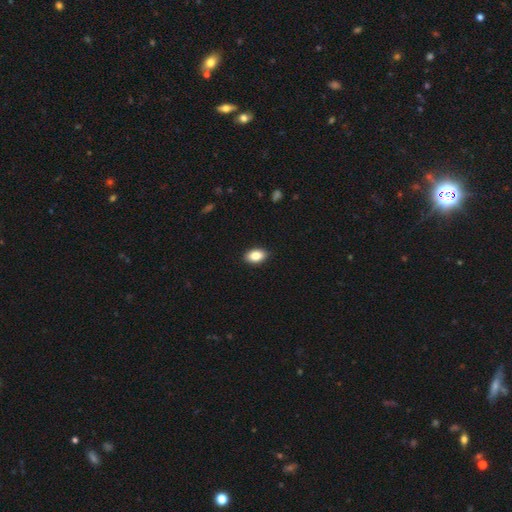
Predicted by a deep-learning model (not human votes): smooth-or-featured: smooth: 85% | star or artifact: 8% | featured or disk: 8%
  how-rounded: in between: 89% | round: 10% | cigar-shaped: 2%
  merging: none: 90% | minor disturbance: 7% | major disturbance: 2% | merger: 1%